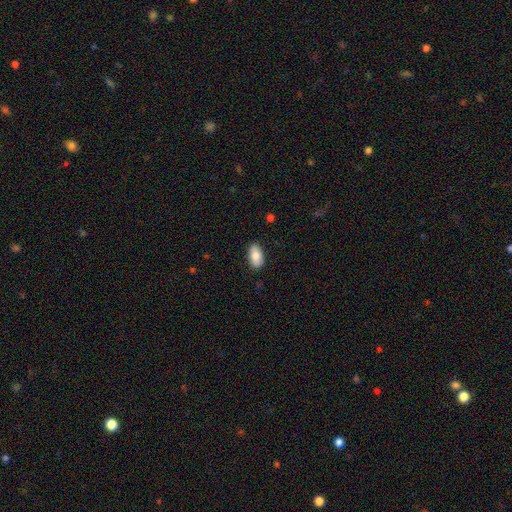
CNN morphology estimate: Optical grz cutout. It shows a smooth galaxy with no disk features (80%) that is in between round and cigar-shaped (94%). Merging: none (87%).